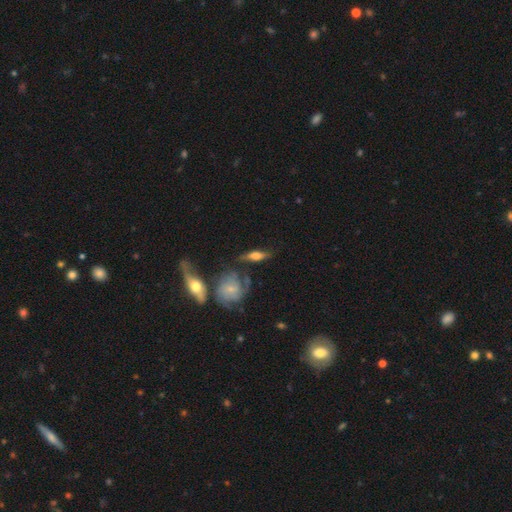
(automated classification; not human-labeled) This is possibly a featured or disk galaxy (52%). It is likely viewed edge-on (64%). Merging: possibly none (57%).